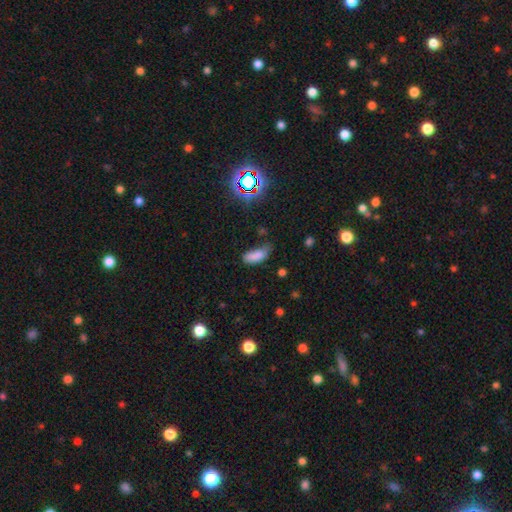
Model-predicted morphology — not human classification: smooth_or_featured: smooth (p=0.74) [alt: star or artifact p=0.14]
how_rounded: in between (p=0.83) [alt: cigar-shaped p=0.14]
merging: none (p=0.35) [tied with: minor disturbance p=0.35]